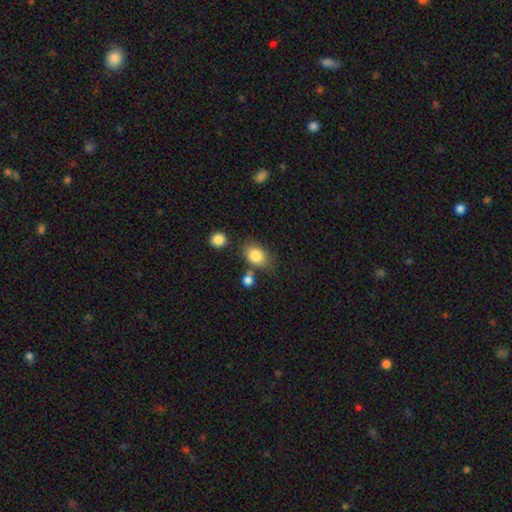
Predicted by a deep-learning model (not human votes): This is clearly a smooth galaxy (83%). How rounded: likely in between (68%). Merging: likely none (66%).